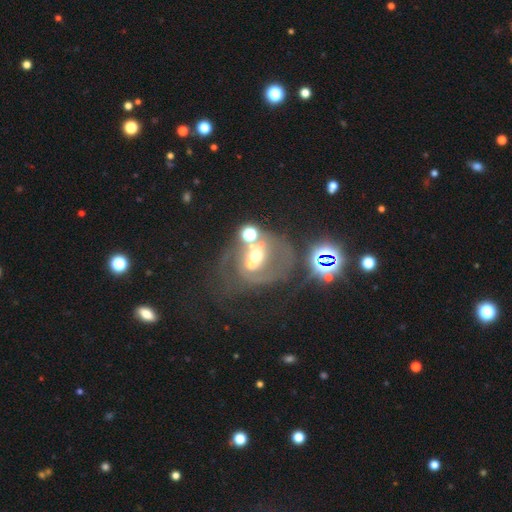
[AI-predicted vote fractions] Smooth or featured?
  - featured or disk: 55% *
  - smooth: 25%
  - star or artifact: 20%
Edge-on disk?
  - no: 97% *
  - yes: 3%
Bar?
  - no: 72% *
  - weak: 19%
  - strong: 9%
Spiral arms?
  - no: 51% *
  - yes: 49%
Bulge size?
  - moderate: 55% *
  - small: 21%
  - large: 12%
  - none: 7%
  - dominant: 4%
Merging?
  - merger: 36% *
  - none: 29%
  - major disturbance: 22%
  - minor disturbance: 13%